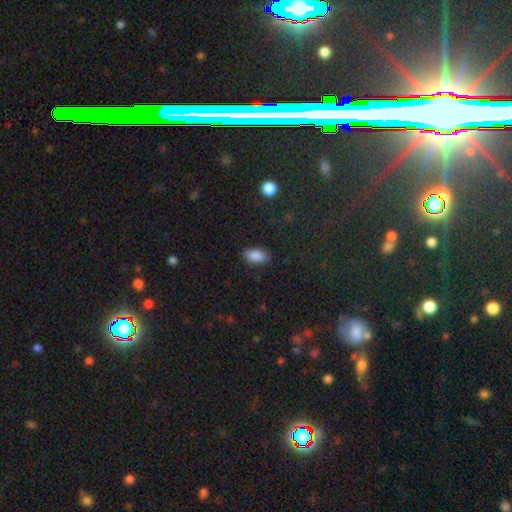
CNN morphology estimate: type=smooth (88%); roundness=in between (93%); merging=none (83%).